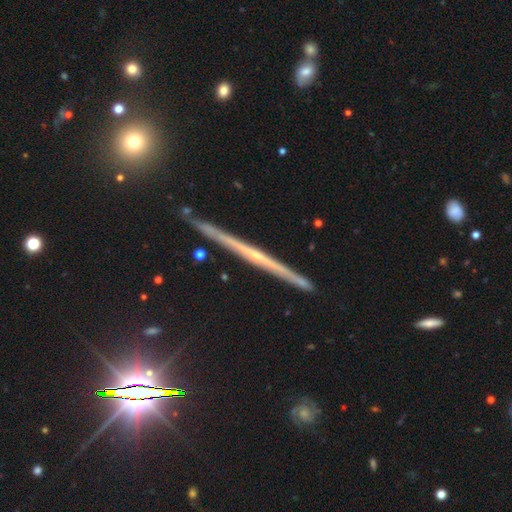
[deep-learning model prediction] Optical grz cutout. It shows a featured or disk galaxy (77%) viewed edge-on (98%) with no central bulge (58%). Merging: none (90%).